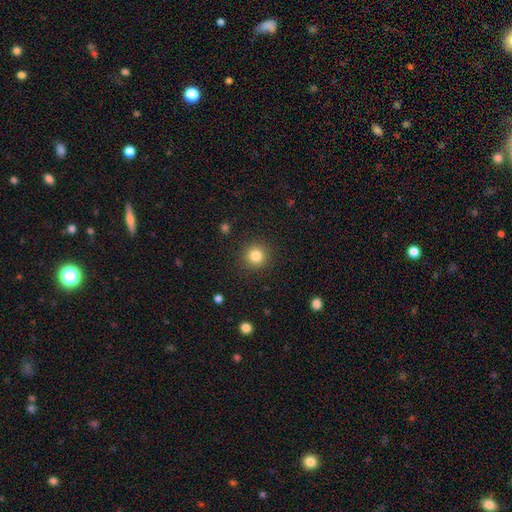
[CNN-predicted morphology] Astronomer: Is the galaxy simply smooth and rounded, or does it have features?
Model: smooth — 83%.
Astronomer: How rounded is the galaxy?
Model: round — 94%.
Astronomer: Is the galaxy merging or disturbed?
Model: none — 91%.